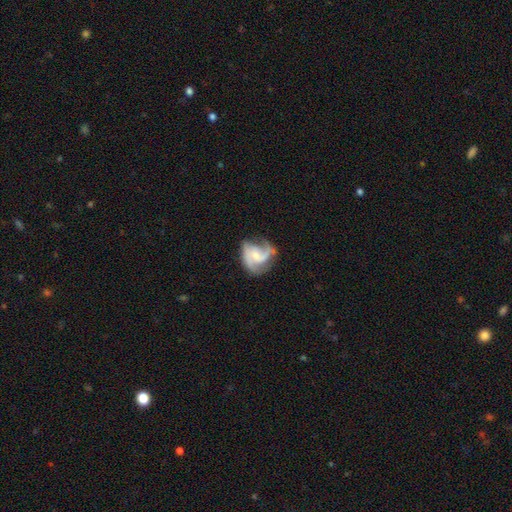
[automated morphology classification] Smooth or featured? featured or disk (83%)
Edge-on disk? no (98%)
Bar? no (54%)
Spiral arms? yes (95%)
Spiral winding? medium (52%)
Spiral arm count? 2 (59%)
Bulge size? small (55%)
Merging? none (55%)